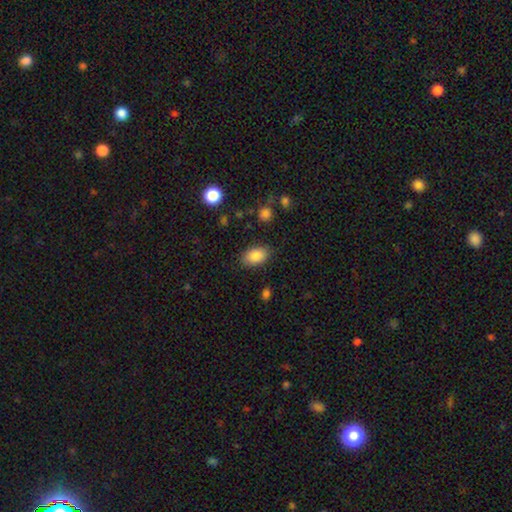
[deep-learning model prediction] Smooth or featured? smooth (86%)
How rounded? in between (90%)
Merging? none (83%)